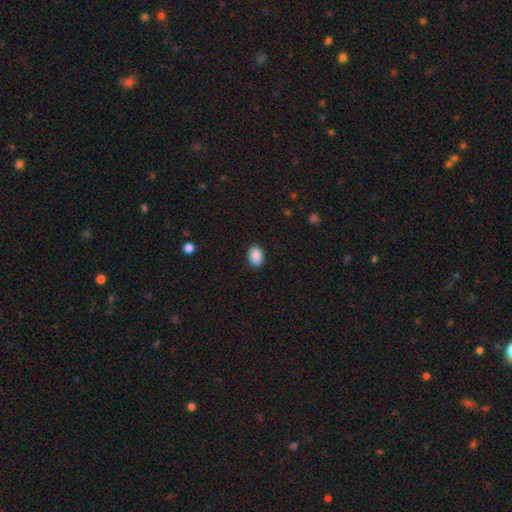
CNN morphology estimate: A smooth galaxy with no disk features (90%) that is in between round and cigar-shaped (87%).

Vote fractions:
- Smooth or featured? smooth: 90% / star or artifact: 7% / featured or disk: 3%
- How rounded? in between: 87% / round: 12% / cigar-shaped: 1%
- Merging? none: 88% / minor disturbance: 9% / major disturbance: 2% / merger: 1%